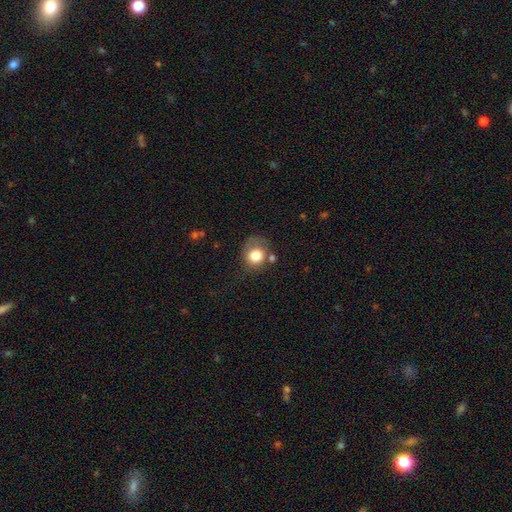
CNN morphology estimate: A smooth galaxy with no disk features (78%) that is round (76%).

Vote fractions:
- Smooth or featured? smooth: 78% / featured or disk: 13% / star or artifact: 9%
- How rounded? round: 76% / in between: 23% / cigar-shaped: 1%
- Merging? none: 51% / minor disturbance: 24% / major disturbance: 15% / merger: 10%